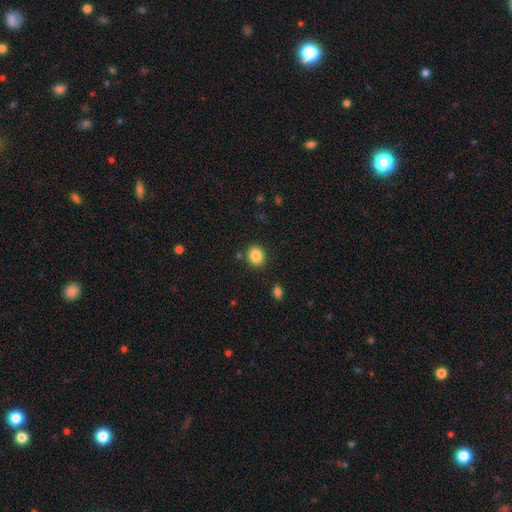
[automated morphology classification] type=smooth (86%); roundness=round (67%); merging=none (87%).